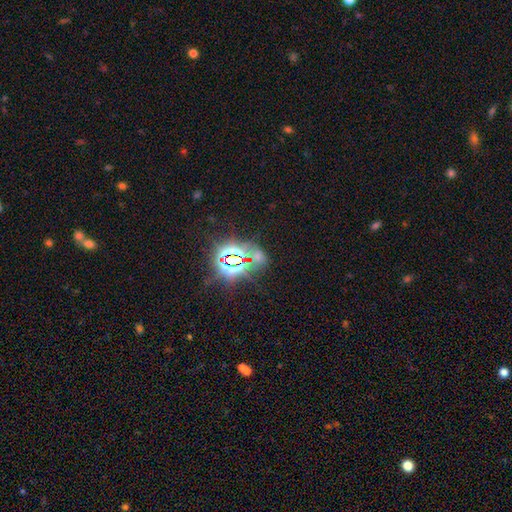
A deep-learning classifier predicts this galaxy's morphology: This appears to be a star or artifact, not a galaxy (79%).